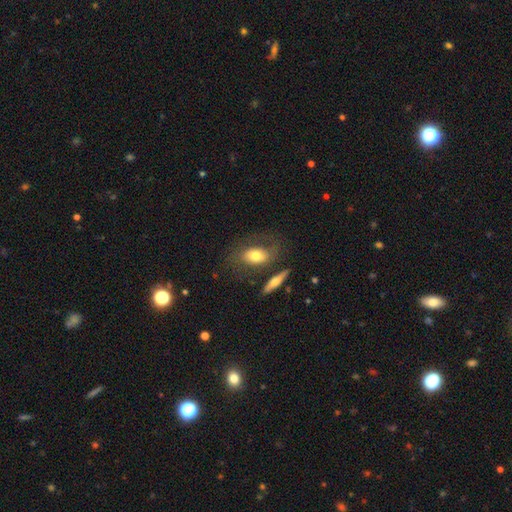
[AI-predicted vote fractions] Q: Smooth or featured?
A: smooth (61%); runner-up: featured or disk (32%)
Q: How rounded?
A: in between (85%); runner-up: round (10%)
Q: Merging?
A: none (56%); runner-up: minor disturbance (19%)